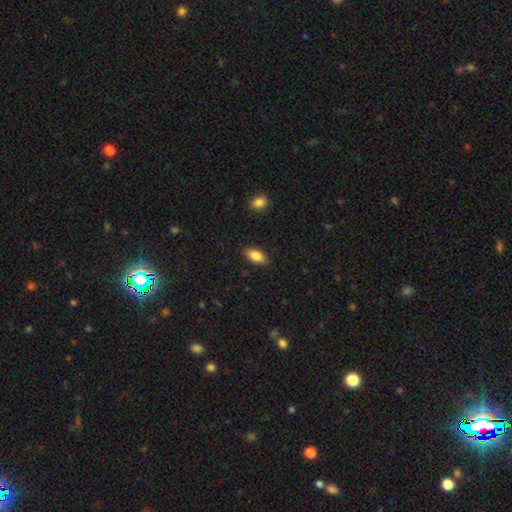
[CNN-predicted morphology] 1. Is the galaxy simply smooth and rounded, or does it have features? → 87% smooth, 7% star or artifact, 6% featured or disk.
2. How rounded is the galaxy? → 92% in between, 5% cigar-shaped, 3% round.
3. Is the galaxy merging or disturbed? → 88% none, 9% minor disturbance, 2% major disturbance, 1% merger.